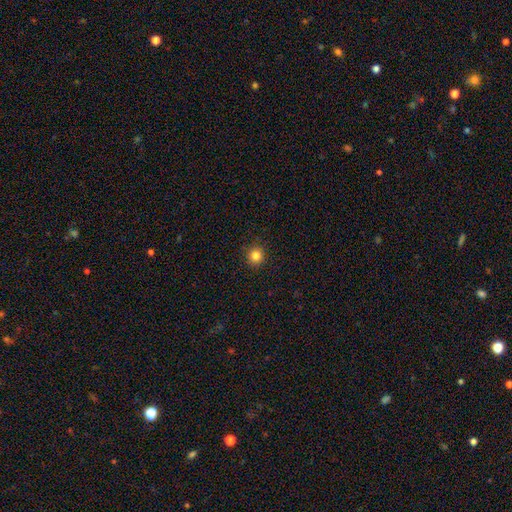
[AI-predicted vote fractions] Smooth or featured? Predicted: smooth (p=0.83). How rounded? Predicted: round (p=0.93). Merging? Predicted: none (p=0.92).